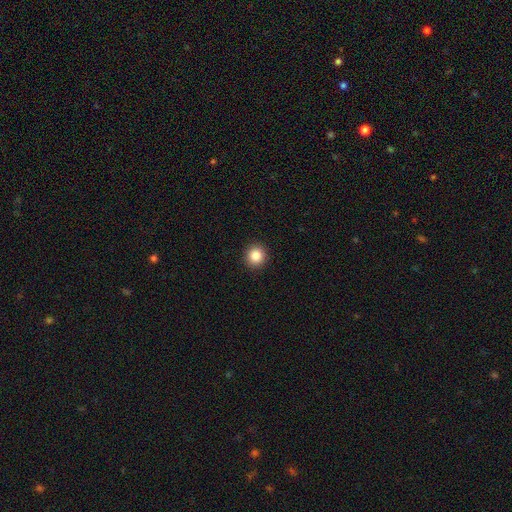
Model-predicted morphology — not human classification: Q: Smooth or featured?
A: smooth (86%); runner-up: star or artifact (10%)
Q: How rounded?
A: round (93%); runner-up: in between (6%)
Q: Merging?
A: none (93%); runner-up: minor disturbance (4%)